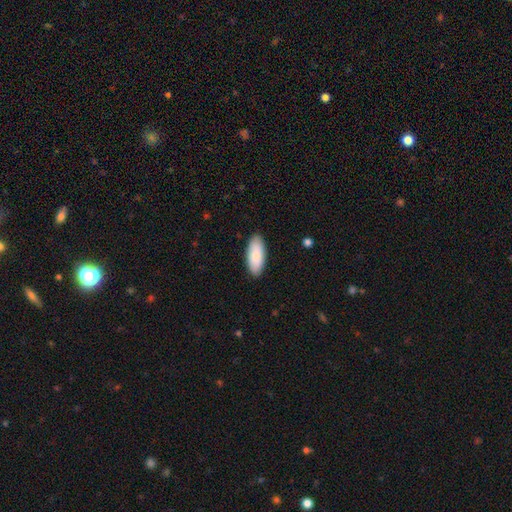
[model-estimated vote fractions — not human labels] smooth-or-featured: smooth: 84% | featured or disk: 11% | star or artifact: 5%
  how-rounded: in between: 86% | cigar-shaped: 12% | round: 2%
  merging: none: 89% | minor disturbance: 8% | major disturbance: 2% | merger: 1%